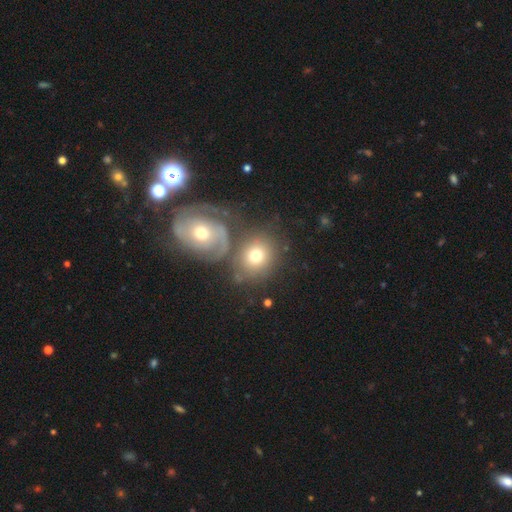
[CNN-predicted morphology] A smooth galaxy with no disk features (61%) that is round (69%).

Vote fractions:
- Smooth or featured? smooth: 61% / featured or disk: 30% / star or artifact: 9%
- How rounded? round: 69% / in between: 30% / cigar-shaped: 1%
- Merging? none: 45% / merger: 36% / minor disturbance: 11% / major disturbance: 7%